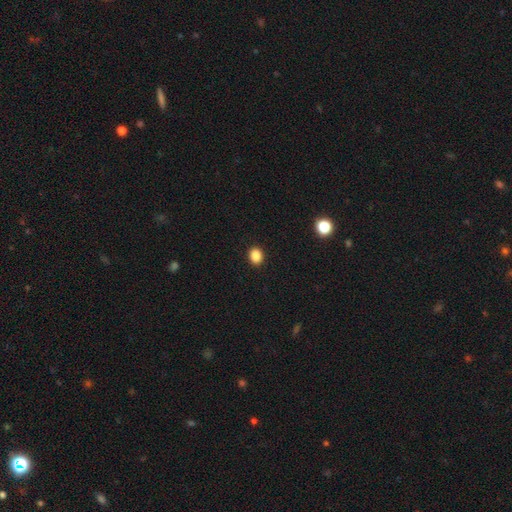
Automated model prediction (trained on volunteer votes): Overall: smooth (87%). How rounded: round (53%; in between 46%). Merging: none (92%).